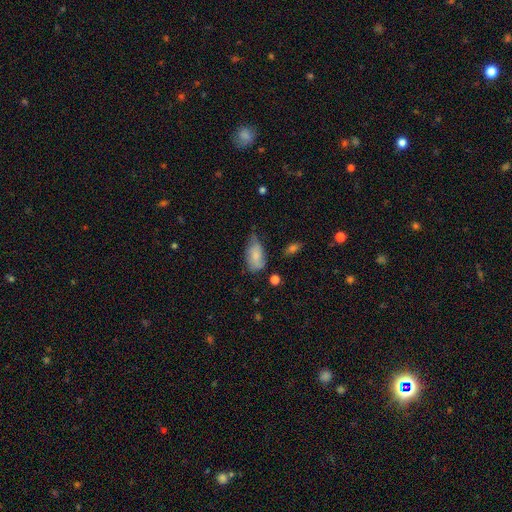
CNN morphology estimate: Smooth or featured? smooth (75%)
How rounded? in between (92%)
Merging? minor disturbance (43%)